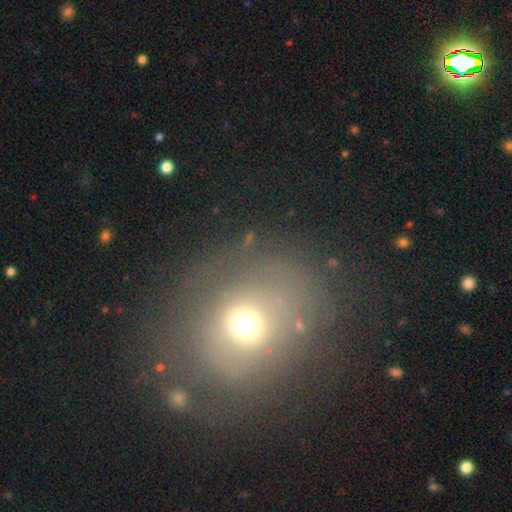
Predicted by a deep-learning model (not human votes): Smooth or featured? Predicted: smooth (p=0.55). How rounded? Predicted: round (p=0.71). Merging? Predicted: none (p=0.72).